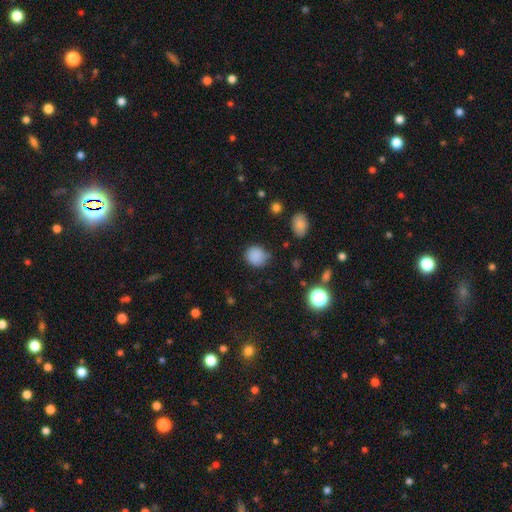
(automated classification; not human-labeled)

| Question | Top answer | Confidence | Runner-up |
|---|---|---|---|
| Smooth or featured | smooth | 85% | star or artifact (11%) |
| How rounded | round | 81% | in between (18%) |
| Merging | none | 75% | minor disturbance (18%) |